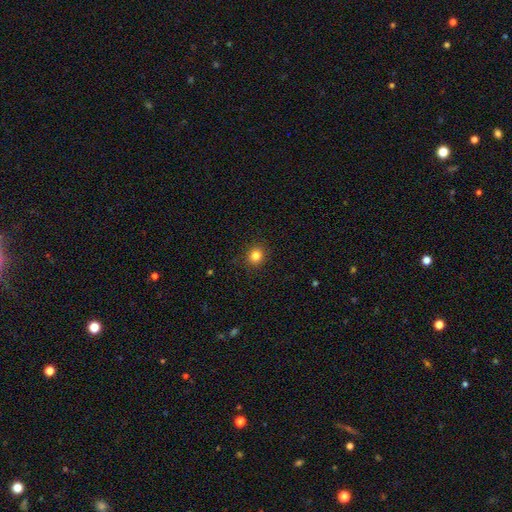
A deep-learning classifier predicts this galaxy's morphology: smooth_or_featured: smooth (p=0.83) [alt: star or artifact p=0.12]
how_rounded: round (p=0.86) [alt: in between p=0.13]
merging: none (p=0.90) [alt: minor disturbance p=0.07]